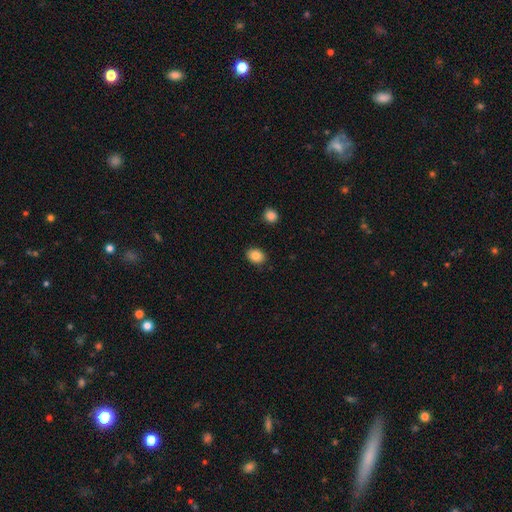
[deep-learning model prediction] smooth_or_featured: smooth (p=0.85) [alt: star or artifact p=0.09]
how_rounded: in between (p=0.54) [alt: round p=0.45]
merging: none (p=0.88) [alt: minor disturbance p=0.08]